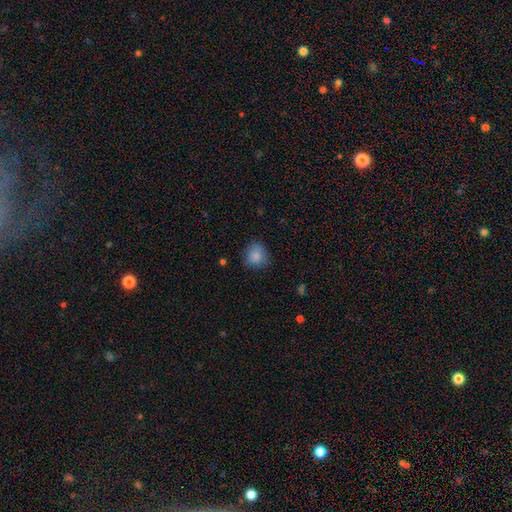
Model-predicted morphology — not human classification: smooth_or_featured: smooth (p=0.87) [alt: star or artifact p=0.09]
how_rounded: round (p=0.84) [alt: in between p=0.15]
merging: none (p=0.78) [alt: minor disturbance p=0.16]